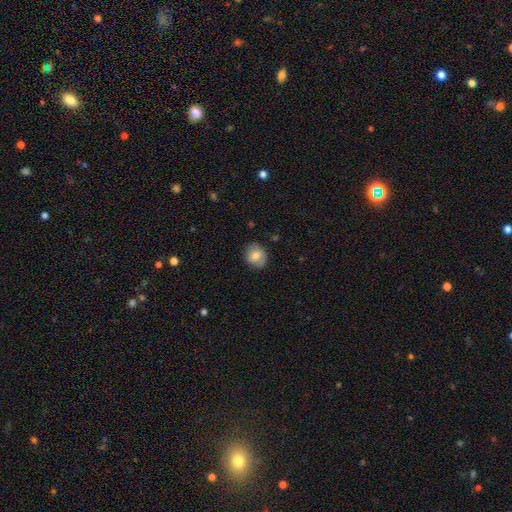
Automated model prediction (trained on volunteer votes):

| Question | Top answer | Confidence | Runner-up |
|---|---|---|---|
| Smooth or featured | smooth | 75% | featured or disk (17%) |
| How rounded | round | 68% | in between (32%) |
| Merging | none | 82% | minor disturbance (14%) |